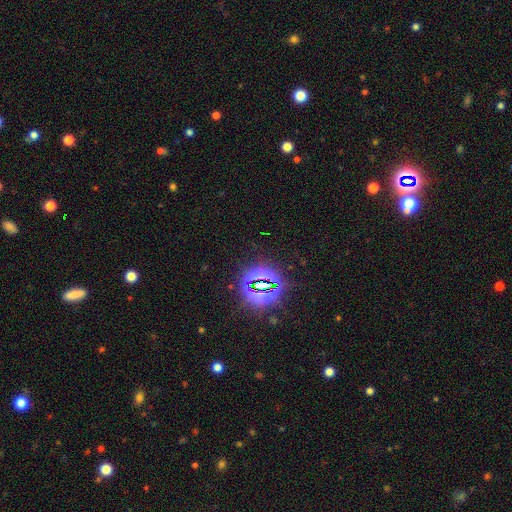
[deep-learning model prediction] Smooth or featured?
  - star or artifact: 83% *
  - smooth: 10%
  - featured or disk: 7%